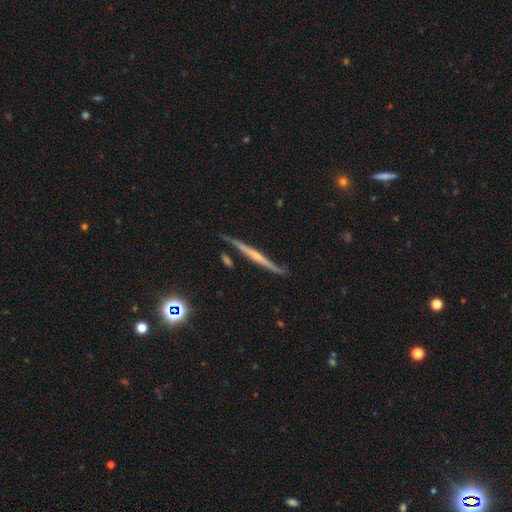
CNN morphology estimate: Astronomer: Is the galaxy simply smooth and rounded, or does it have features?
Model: featured or disk — 72%.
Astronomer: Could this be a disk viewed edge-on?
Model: yes — 96%.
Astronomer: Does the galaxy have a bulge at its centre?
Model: rounded — 46% (runner-up: none, 43%).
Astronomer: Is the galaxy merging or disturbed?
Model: none — 80%.